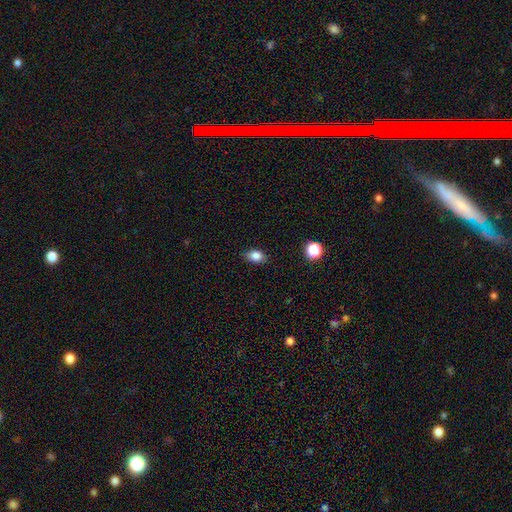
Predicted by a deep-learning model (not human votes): Smooth or featured?
  - smooth: 83% *
  - star or artifact: 11%
  - featured or disk: 7%
How rounded?
  - in between: 75% *
  - round: 23%
  - cigar-shaped: 2%
Merging?
  - none: 80% *
  - minor disturbance: 15%
  - major disturbance: 3%
  - merger: 1%